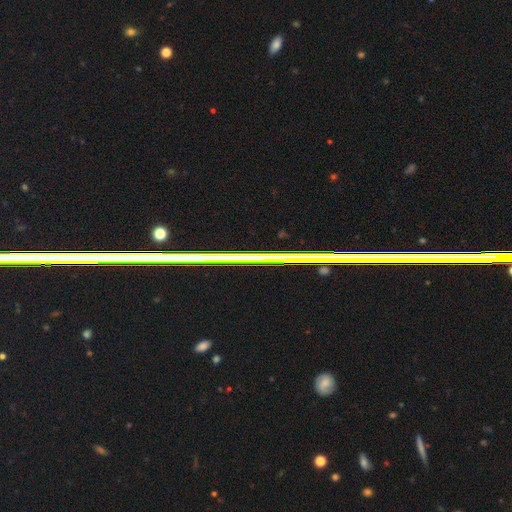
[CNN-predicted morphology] Smooth or featured? Predicted: star or artifact (p=0.80).